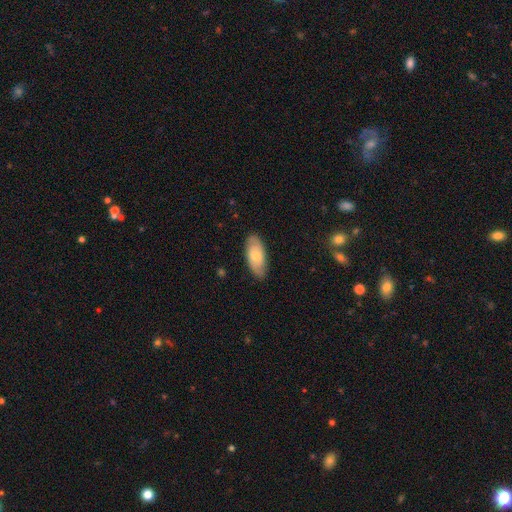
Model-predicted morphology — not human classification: Smooth or featured? Predicted: smooth (p=0.63). How rounded? Predicted: in between (p=0.89). Merging? Predicted: none (p=0.81).